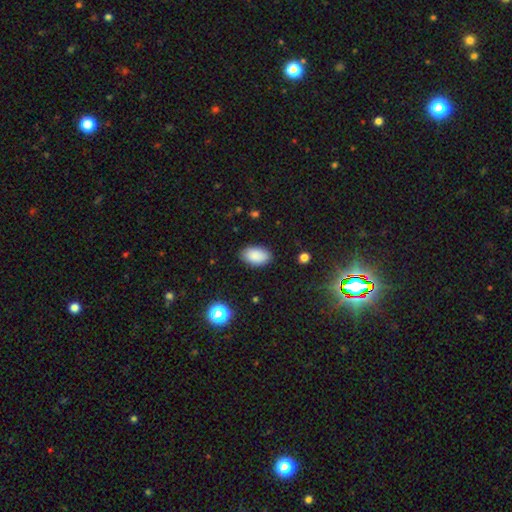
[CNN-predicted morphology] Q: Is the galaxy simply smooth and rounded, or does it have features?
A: smooth — 88%.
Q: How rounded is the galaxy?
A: in between — 93%.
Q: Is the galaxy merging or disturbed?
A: none — 87%.